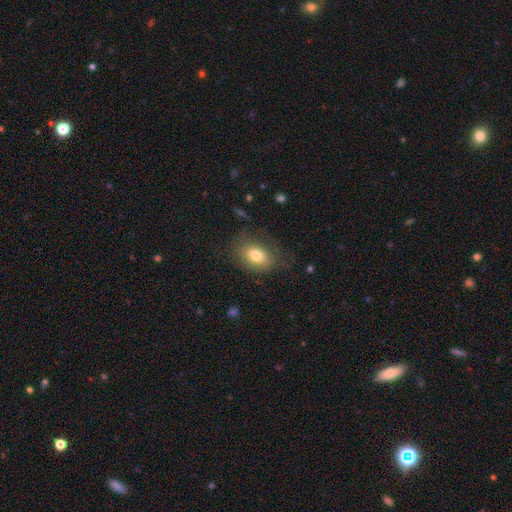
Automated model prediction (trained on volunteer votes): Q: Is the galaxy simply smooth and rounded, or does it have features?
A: smooth — 76%.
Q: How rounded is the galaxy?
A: in between — 73%.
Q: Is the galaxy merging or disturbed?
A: none — 68%.